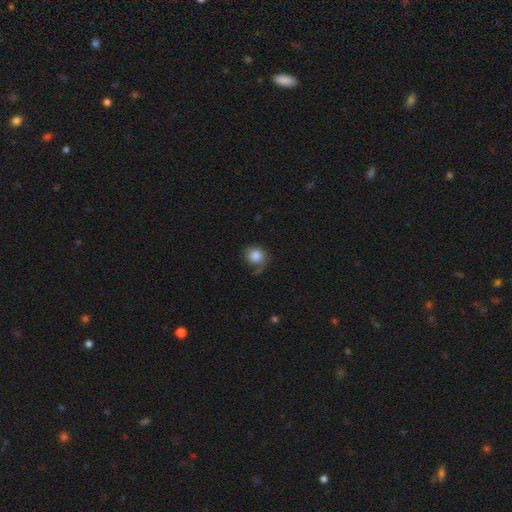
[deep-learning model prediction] Smooth or featured: smooth — 83% (featured or disk — 9%)
How rounded: round — 80% (in between — 19%)
Merging: none — 60% (minor disturbance — 26%)